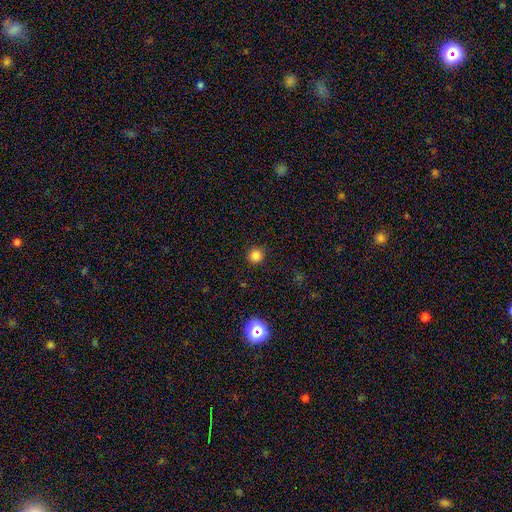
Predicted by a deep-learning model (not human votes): smooth-or-featured: smooth: 83% | star or artifact: 13% | featured or disk: 4%
  how-rounded: round: 95% | in between: 4% | cigar-shaped: 1%
  merging: none: 92% | minor disturbance: 5% | major disturbance: 2% | merger: 1%